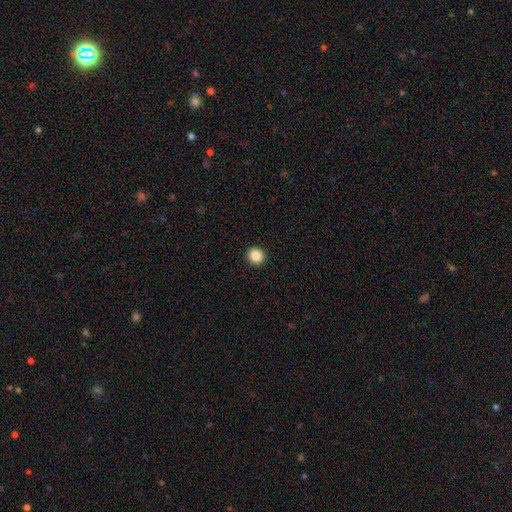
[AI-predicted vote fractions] Smooth or featured: smooth — 87% (star or artifact — 10%)
How rounded: round — 92% (in between — 8%)
Merging: none — 93% (minor disturbance — 4%)